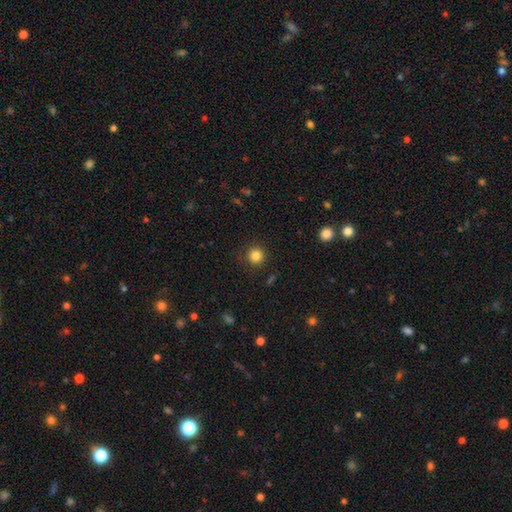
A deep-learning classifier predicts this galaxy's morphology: Q: Smooth or featured?
A: smooth (84%); runner-up: star or artifact (12%)
Q: How rounded?
A: round (94%); runner-up: in between (5%)
Q: Merging?
A: none (89%); runner-up: minor disturbance (7%)